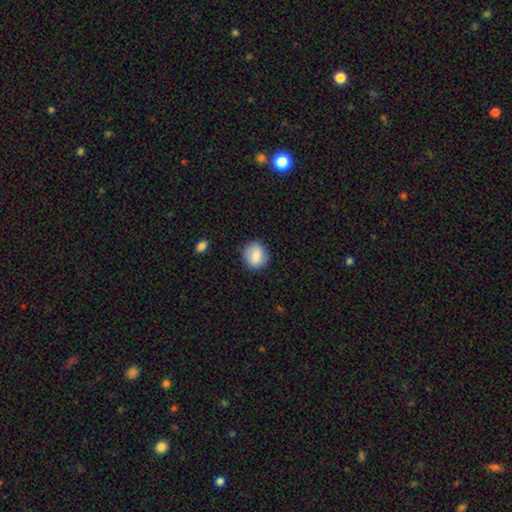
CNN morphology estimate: Smooth or featured?
  - smooth: 84% *
  - featured or disk: 8%
  - star or artifact: 7%
How rounded?
  - round: 68% *
  - in between: 31%
  - cigar-shaped: 1%
Merging?
  - none: 83% *
  - minor disturbance: 13%
  - major disturbance: 3%
  - merger: 1%